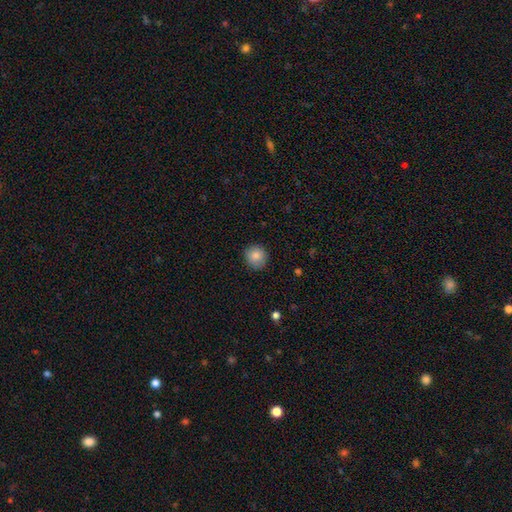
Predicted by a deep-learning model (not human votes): Q: Smooth or featured?
A: smooth (82%); runner-up: star or artifact (9%)
Q: How rounded?
A: round (90%); runner-up: in between (9%)
Q: Merging?
A: none (88%); runner-up: minor disturbance (9%)